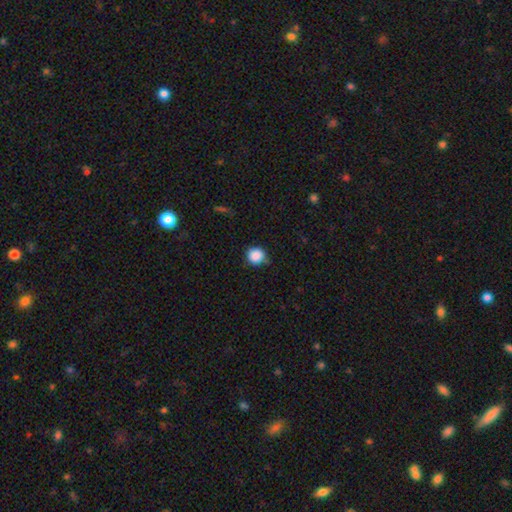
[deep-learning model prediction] Morphology: type=smooth (87%); roundness=round (91%); merging=none (73%).